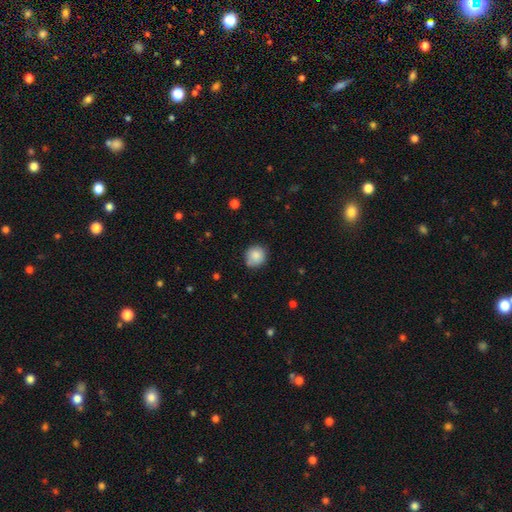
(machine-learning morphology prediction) Smooth or featured? Predicted: smooth (p=0.84). How rounded? Predicted: round (p=0.86). Merging? Predicted: none (p=0.75).